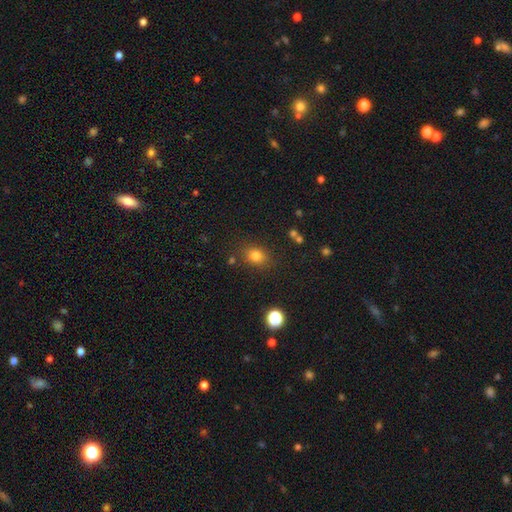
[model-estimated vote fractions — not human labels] Smooth or featured? smooth (79%)
How rounded? round (52%)
Merging? none (82%)